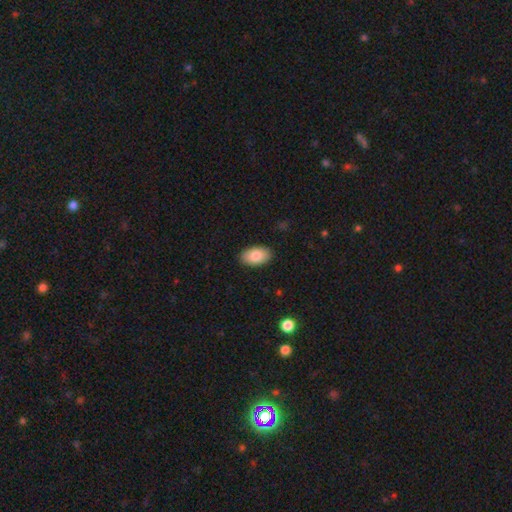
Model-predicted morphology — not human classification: A smooth galaxy with no disk features (86%) that is in between round and cigar-shaped (94%). Merging: none (89%).